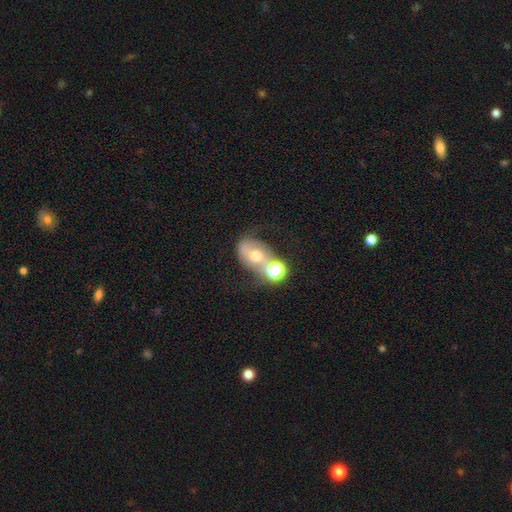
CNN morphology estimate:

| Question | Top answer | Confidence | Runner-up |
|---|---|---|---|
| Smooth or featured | featured or disk | 47% | smooth (37%) |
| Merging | none | 44% | merger (27%) |